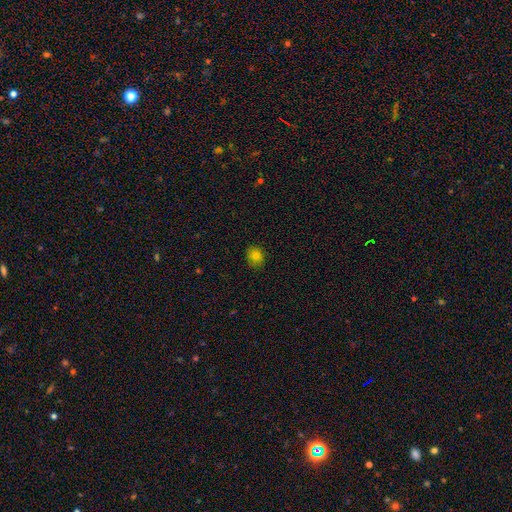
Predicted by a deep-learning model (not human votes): Q: Smooth or featured?
A: smooth (79%); runner-up: star or artifact (13%)
Q: How rounded?
A: round (64%); runner-up: in between (35%)
Q: Merging?
A: none (84%); runner-up: minor disturbance (12%)